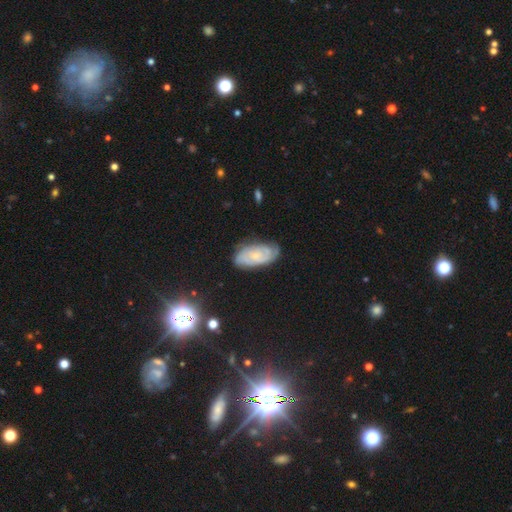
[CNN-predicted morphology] smooth_or_featured: featured or disk (p=0.67) [alt: smooth p=0.25]
disk_edge_on: no (p=0.94) [alt: yes p=0.06]
bar: no (p=0.73) [alt: weak p=0.23]
has_spiral_arms: yes (p=0.89) [alt: no p=0.11]
spiral_winding: tight (p=0.66) [alt: medium p=0.26]
spiral_arm_count: can't tell (p=0.46) [alt: 2 p=0.26]
bulge_size: small (p=0.72) [alt: moderate p=0.18]
merging: none (p=0.73) [alt: minor disturbance p=0.20]